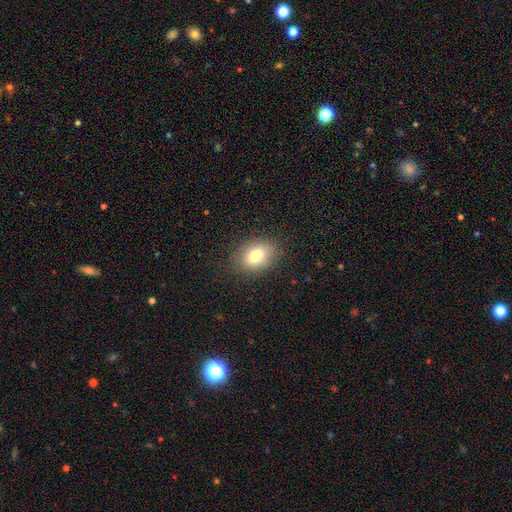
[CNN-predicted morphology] type=smooth (81%); roundness=in between (79%); merging=none (84%).